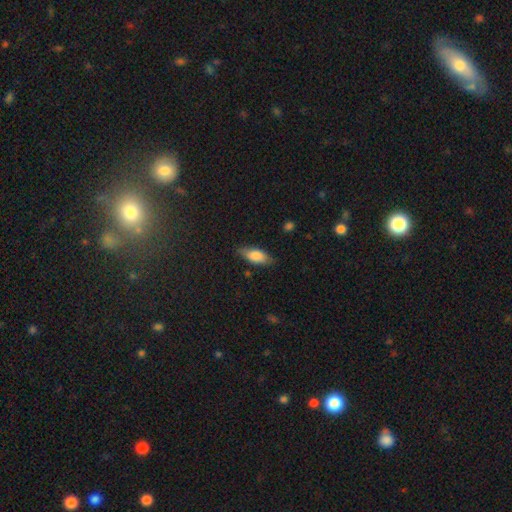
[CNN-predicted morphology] Smooth or featured? Predicted: smooth (p=0.79). How rounded? Predicted: in between (p=0.78). Merging? Predicted: none (p=0.79).